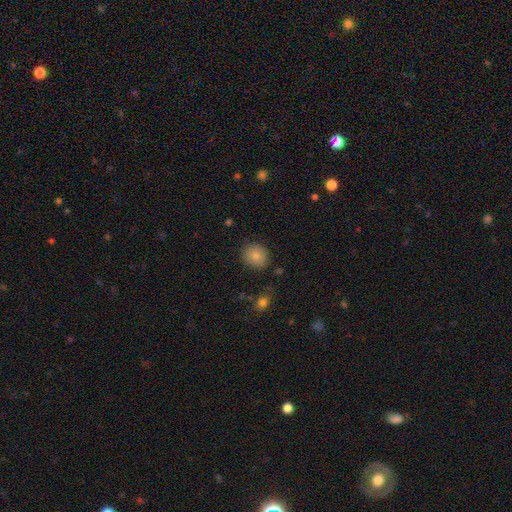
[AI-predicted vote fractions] A smooth galaxy with no disk features (83%) that is round (82%). Merging: none (85%).